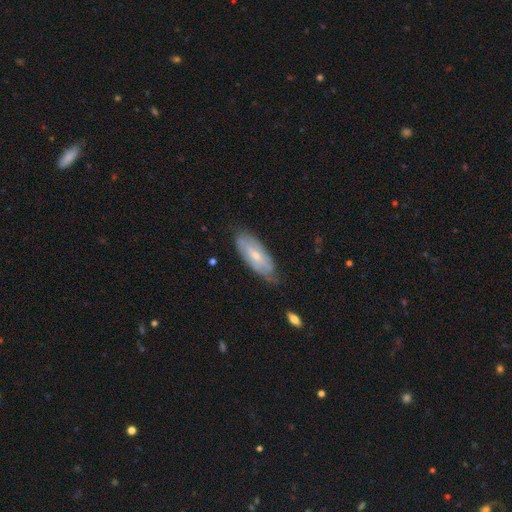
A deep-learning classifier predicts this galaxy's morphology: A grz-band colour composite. It shows a featured or disk galaxy (59%). Merging: none (70%).